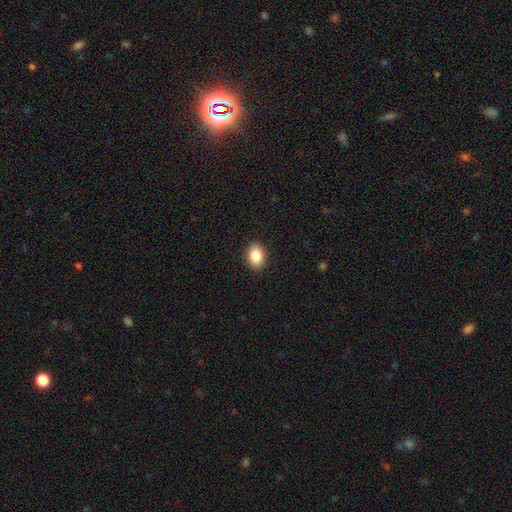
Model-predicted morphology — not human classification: Q: Smooth or featured?
A: smooth (86%); runner-up: star or artifact (8%)
Q: How rounded?
A: in between (75%); runner-up: round (24%)
Q: Merging?
A: none (90%); runner-up: minor disturbance (7%)